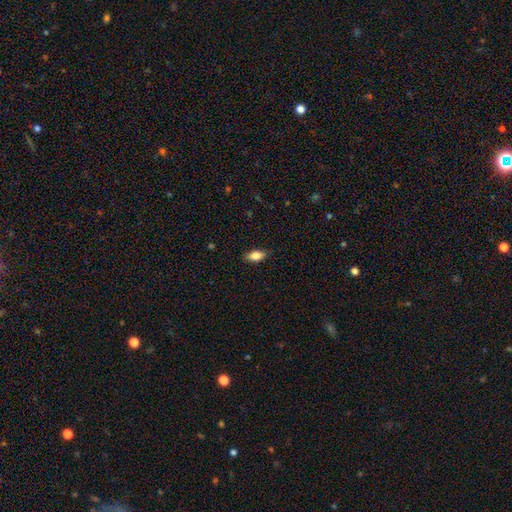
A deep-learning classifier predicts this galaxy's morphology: The model was most divided on "merging": none: 85%, minor disturbance: 12%, major disturbance: 2%, merger: 1%. More confident: how rounded — in between (88%); smooth or featured — smooth (84%).